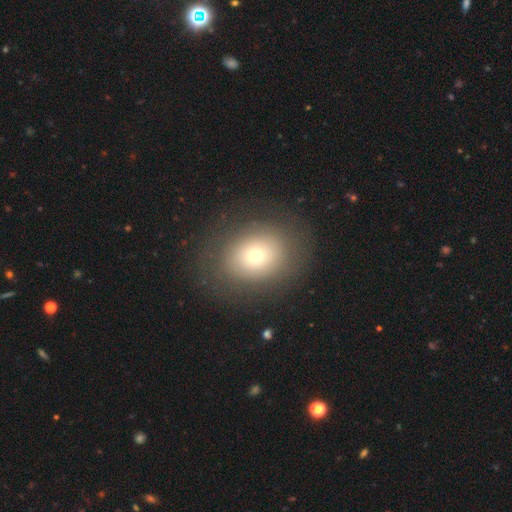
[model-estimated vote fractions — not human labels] This is likely a smooth galaxy (66%). How rounded: possibly round (53%). Merging: clearly none (80%).